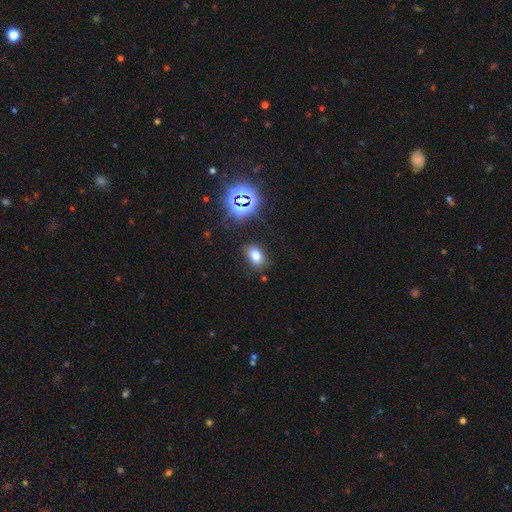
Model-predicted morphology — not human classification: smooth_or_featured: smooth (p=0.70) [alt: star or artifact p=0.21]
how_rounded: in between (p=0.81) [alt: round p=0.17]
merging: none (p=0.79) [alt: minor disturbance p=0.14]